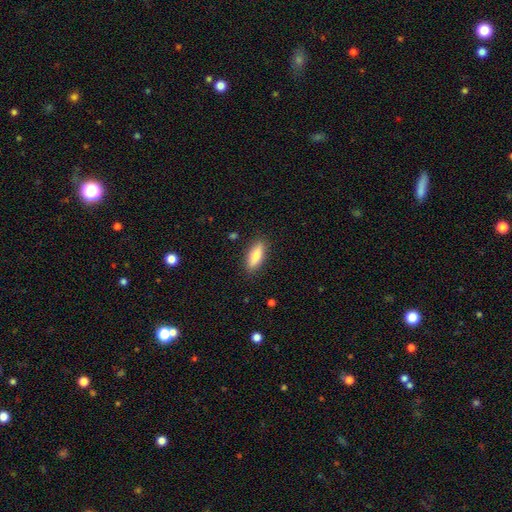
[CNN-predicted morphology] A smooth galaxy with no disk features (74%) that is in between round and cigar-shaped (63%).

Vote fractions:
- Smooth or featured? smooth: 74% / featured or disk: 20% / star or artifact: 6%
- How rounded? in between: 63% / cigar-shaped: 34% / round: 2%
- Merging? none: 87% / minor disturbance: 10% / major disturbance: 2% / merger: 1%